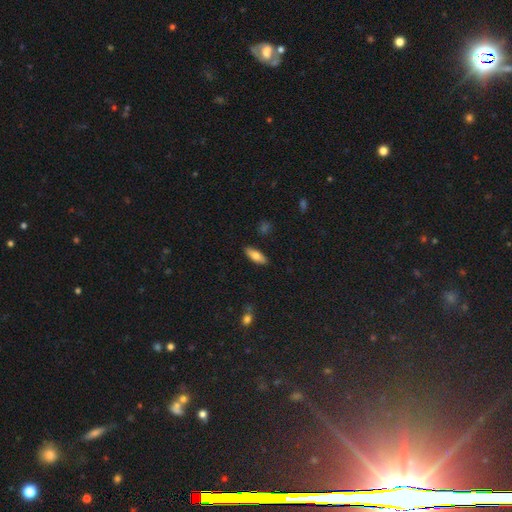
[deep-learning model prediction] smooth 72%, featured or disk 21%, star or artifact 6%. Down the decision tree: how rounded — in between (66%); merging — none (88%).